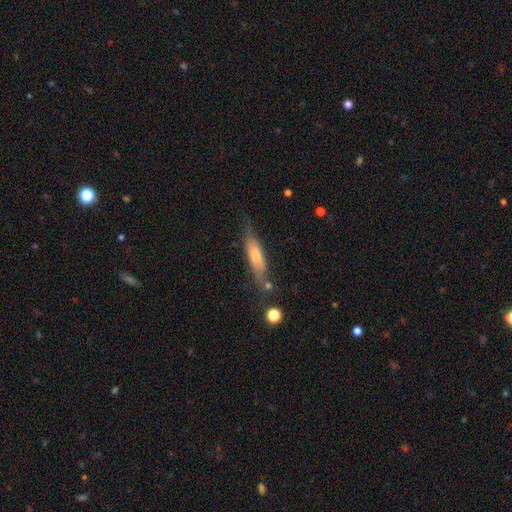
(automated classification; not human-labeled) Smooth or featured?
  - smooth: 62% *
  - featured or disk: 31%
  - star or artifact: 7%
How rounded?
  - cigar-shaped: 66% *
  - in between: 32%
  - round: 2%
Merging?
  - none: 61% *
  - minor disturbance: 24%
  - major disturbance: 9%
  - merger: 6%